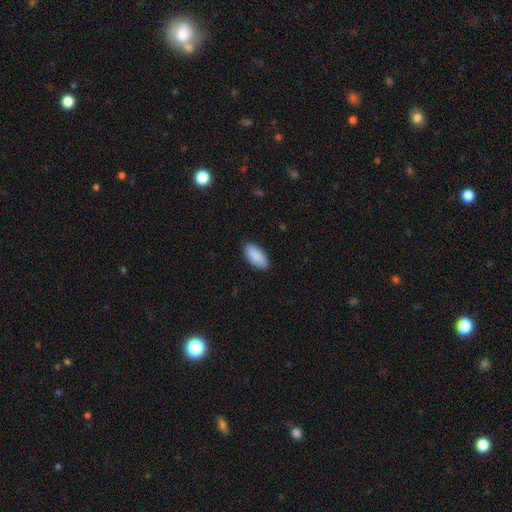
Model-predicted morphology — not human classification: This is clearly a smooth galaxy (90%). How rounded: clearly in between (92%). Merging: clearly none (88%).